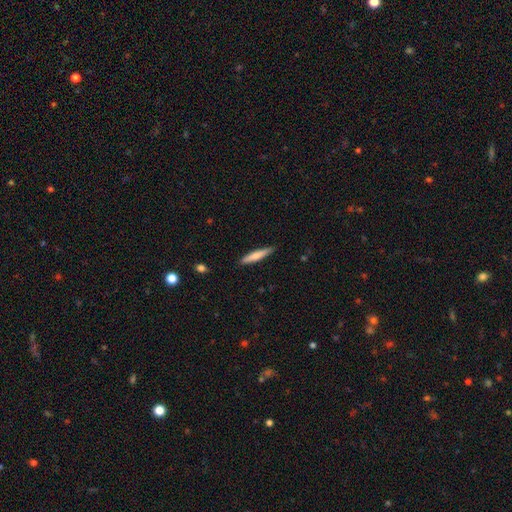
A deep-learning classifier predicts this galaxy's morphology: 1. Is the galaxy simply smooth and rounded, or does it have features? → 70% smooth, 25% featured or disk, 5% star or artifact.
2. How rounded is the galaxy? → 91% cigar-shaped, 8% in between, 1% round.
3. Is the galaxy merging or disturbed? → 88% none, 9% minor disturbance, 2% major disturbance, 1% merger.